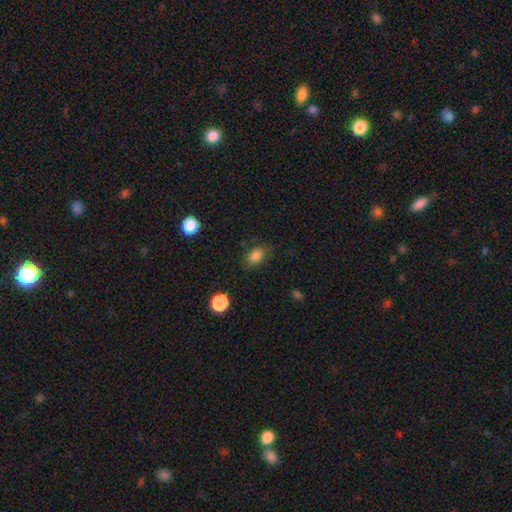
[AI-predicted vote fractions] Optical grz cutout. It shows a smooth galaxy with no disk features (84%) that is in between round and cigar-shaped (77%). Merging: none (78%).